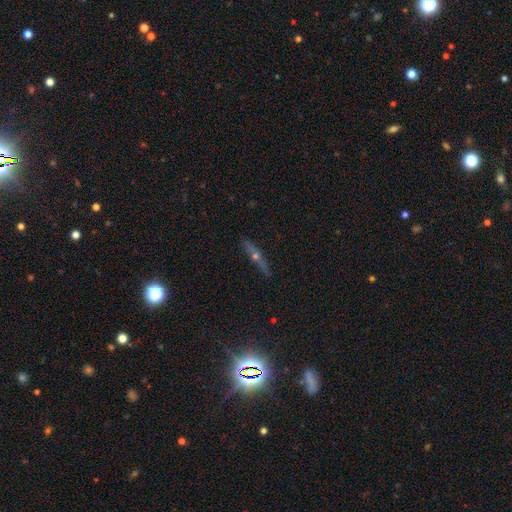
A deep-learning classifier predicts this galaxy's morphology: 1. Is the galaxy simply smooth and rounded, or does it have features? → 69% featured or disk, 17% smooth, 13% star or artifact.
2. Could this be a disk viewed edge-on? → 94% yes, 6% no.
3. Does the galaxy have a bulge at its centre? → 92% rounded, 6% none, 3% boxy.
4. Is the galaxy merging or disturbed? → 88% none, 8% minor disturbance, 2% major disturbance, 1% merger.